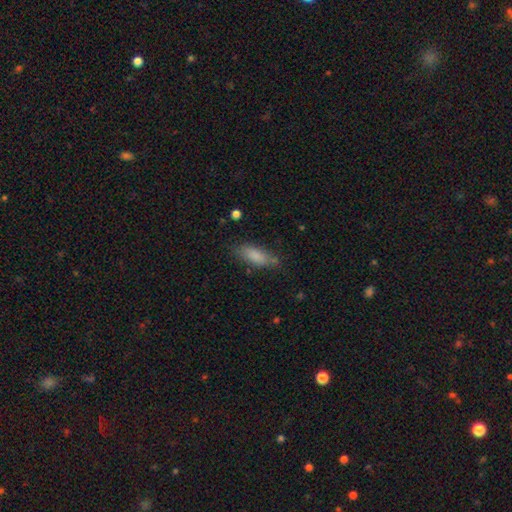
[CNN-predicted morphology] Q: Smooth or featured?
A: smooth (82%); runner-up: featured or disk (10%)
Q: How rounded?
A: in between (67%); runner-up: cigar-shaped (31%)
Q: Merging?
A: none (71%); runner-up: minor disturbance (21%)